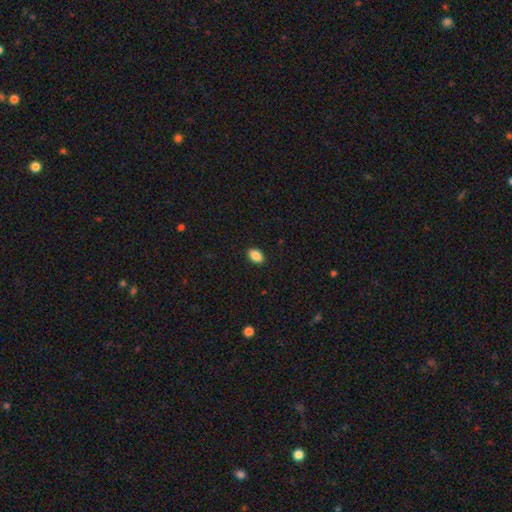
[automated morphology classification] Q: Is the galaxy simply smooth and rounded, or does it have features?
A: smooth — 87%.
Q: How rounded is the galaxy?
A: in between — 86%.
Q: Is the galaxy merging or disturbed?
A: none — 90%.